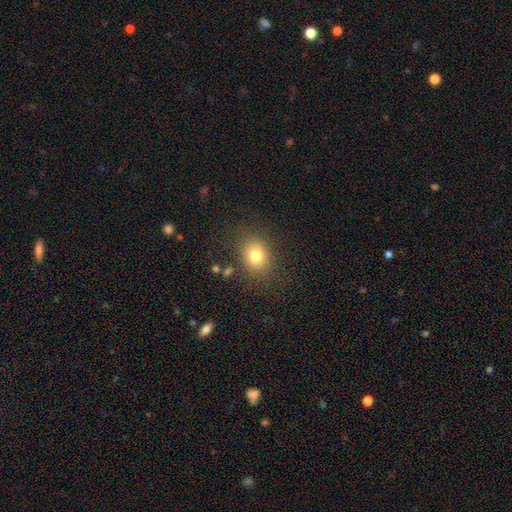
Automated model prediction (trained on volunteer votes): smooth 78%, star or artifact 12%, featured or disk 10%. Down the decision tree: how rounded — round (59%); merging — none (82%).